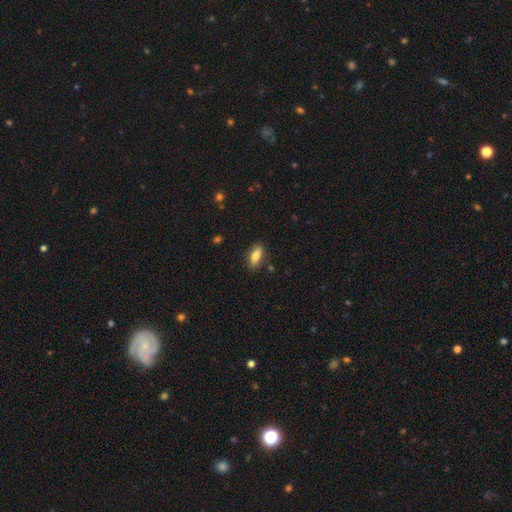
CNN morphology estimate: Smooth or featured? Predicted: smooth (p=0.79). How rounded? Predicted: in between (p=0.84). Merging? Predicted: none (p=0.84).